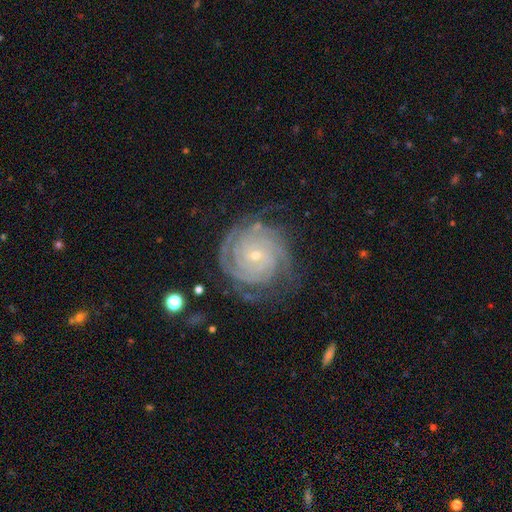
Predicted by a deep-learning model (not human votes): Overall: featured or disk (89%). Edge-on disk: no (97%). Bar: no (71%). Spiral arms: yes (98%). Spiral arm count: 4 (23%; can't tell 22%). Spiral winding: tight (85%). Bulge size: small (79%). Merging: none (73%).